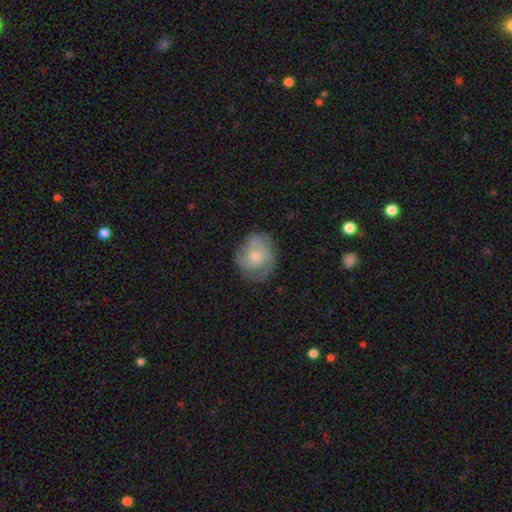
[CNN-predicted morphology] Smooth or featured? Predicted: featured or disk (p=0.58). Edge-on disk? Predicted: no (p=0.98). Bar? Predicted: no (p=0.76). Spiral arms? Predicted: yes (p=0.85). Bulge size? Predicted: moderate (p=0.49). Merging? Predicted: none (p=0.68).